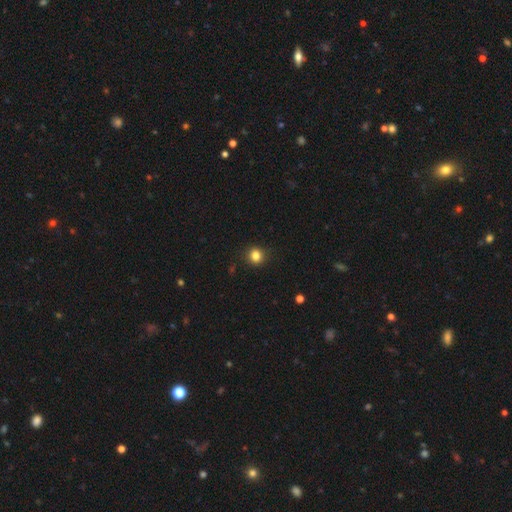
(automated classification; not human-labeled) A smooth galaxy with no disk features (83%) that is round (85%). Merging: none (89%).